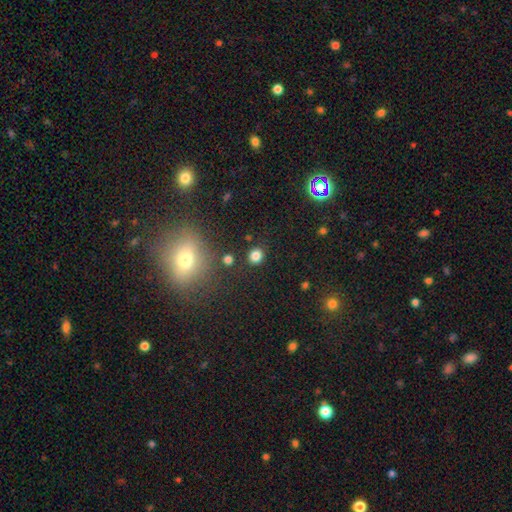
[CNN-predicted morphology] Smooth or featured? smooth (82%)
How rounded? round (78%)
Merging? none (87%)